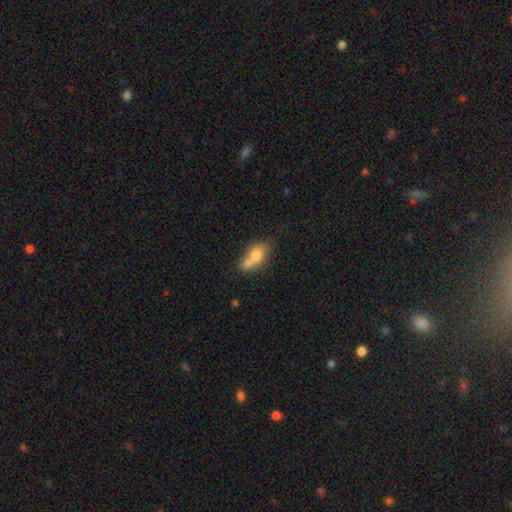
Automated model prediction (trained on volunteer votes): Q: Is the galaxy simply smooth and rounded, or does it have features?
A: smooth — 72%.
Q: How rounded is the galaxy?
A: in between — 73%.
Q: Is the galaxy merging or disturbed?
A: merger — 56%.